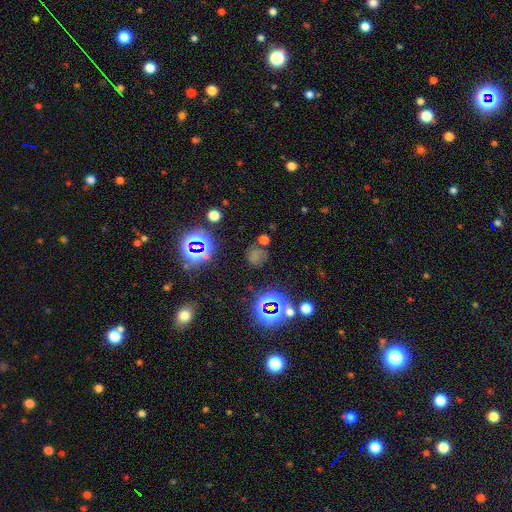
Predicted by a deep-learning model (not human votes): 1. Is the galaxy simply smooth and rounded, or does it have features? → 49% smooth, 41% star or artifact, 10% featured or disk.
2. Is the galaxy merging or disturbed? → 72% none, 15% minor disturbance, 7% major disturbance, 6% merger.